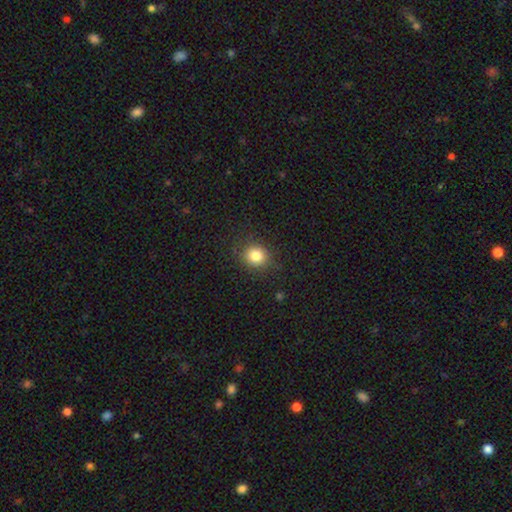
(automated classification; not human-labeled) Smooth or featured? smooth (81%)
How rounded? round (83%)
Merging? none (87%)